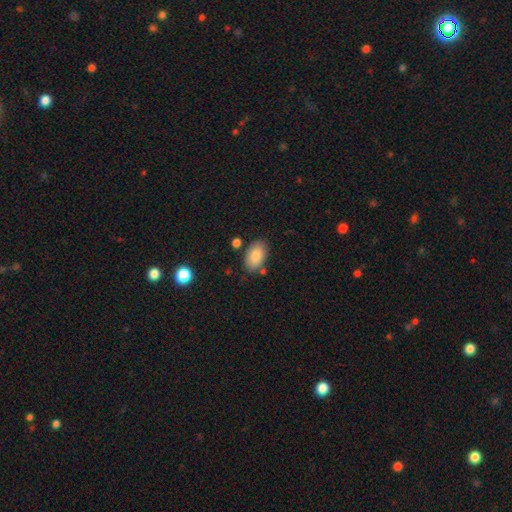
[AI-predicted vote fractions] A smooth galaxy with no disk features (83%) that is in between round and cigar-shaped (92%). Merging: none (78%).